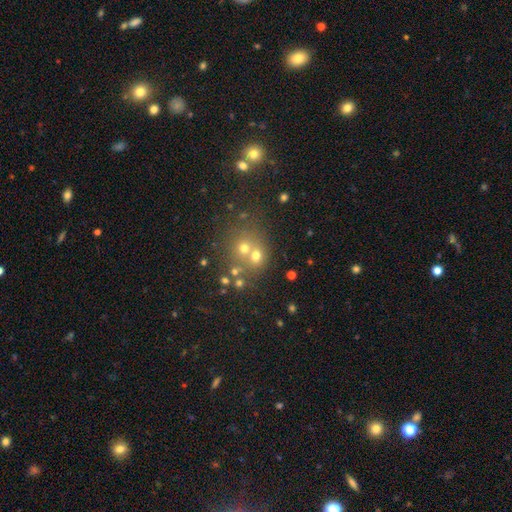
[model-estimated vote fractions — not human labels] This is possibly a smooth galaxy (60%). How rounded: likely round (78%). Merging: possibly none (46%).